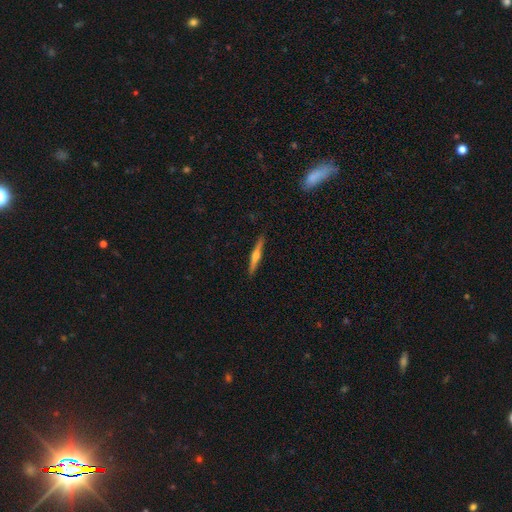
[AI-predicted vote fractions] smooth-or-featured: featured or disk: 62% | smooth: 33% | star or artifact: 6%
  disk-edge-on: yes: 97% | no: 3%
    edge-on-bulge: rounded: 88% | none: 7% | boxy: 4%
  merging: none: 91% | minor disturbance: 7% | major disturbance: 1% | merger: 1%